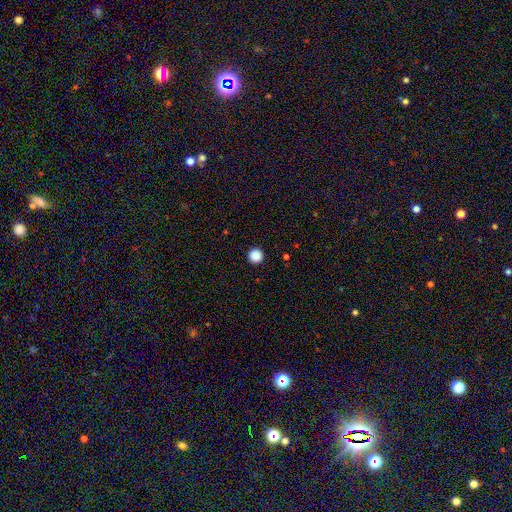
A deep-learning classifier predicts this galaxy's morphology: Smooth or featured?
  - smooth: 88% *
  - star or artifact: 9%
  - featured or disk: 2%
How rounded?
  - round: 97% *
  - in between: 2%
  - cigar-shaped: 1%
Merging?
  - none: 93% *
  - minor disturbance: 4%
  - major disturbance: 2%
  - merger: 1%